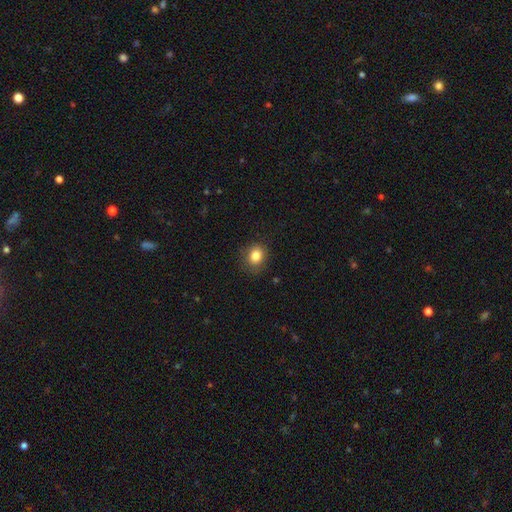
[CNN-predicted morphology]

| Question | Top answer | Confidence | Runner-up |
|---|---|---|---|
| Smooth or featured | smooth | 83% | star or artifact (10%) |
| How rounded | round | 65% | in between (34%) |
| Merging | none | 80% | minor disturbance (14%) |